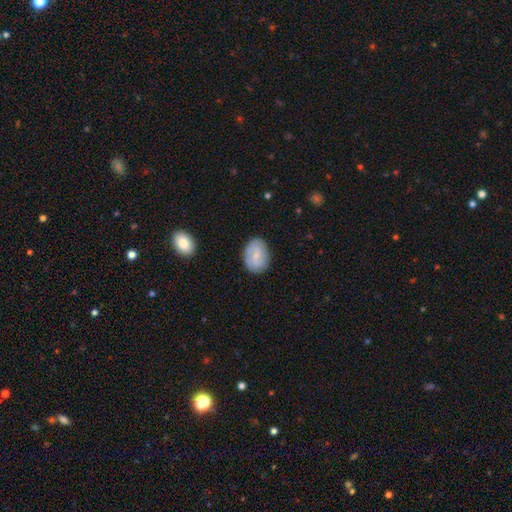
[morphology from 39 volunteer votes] Smooth or featured? smooth (49%)
How rounded? round (53%)
Merging? none (86%)